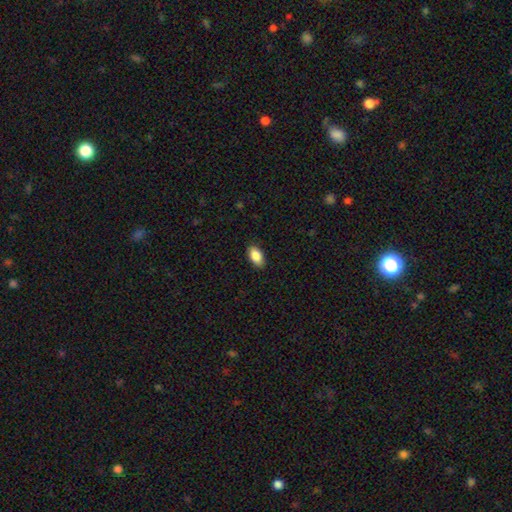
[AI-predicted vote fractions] smooth_or_featured: smooth (p=0.87) [alt: star or artifact p=0.07]
how_rounded: in between (p=0.93) [alt: round p=0.05]
merging: none (p=0.88) [alt: minor disturbance p=0.09]